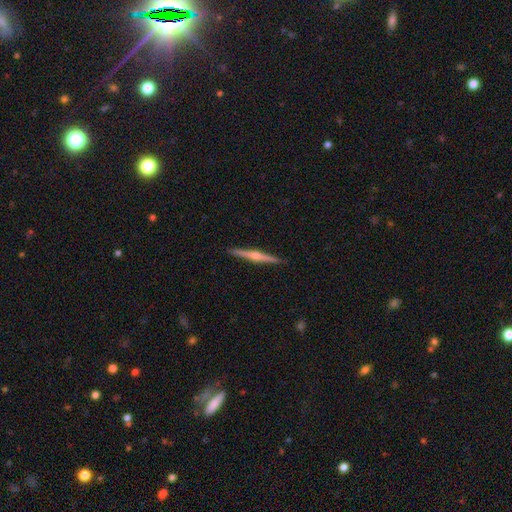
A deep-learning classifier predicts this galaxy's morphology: The model was most divided on "smooth or featured": featured or disk: 76%, smooth: 19%, star or artifact: 5%. More confident: edge-on disk — yes (99%); merging — none (92%); edge-on bulge — rounded (87%).